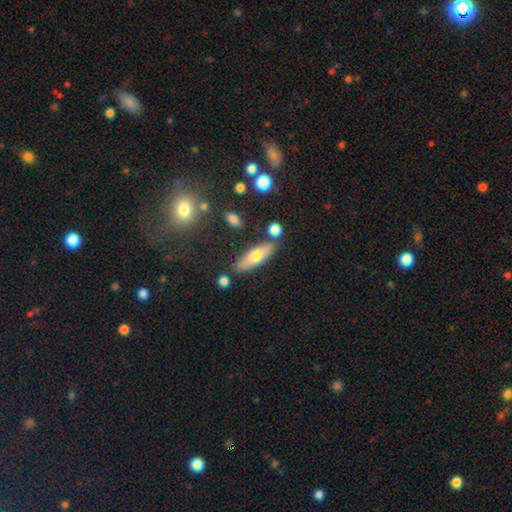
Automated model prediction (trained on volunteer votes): smooth-or-featured: smooth: 63% | featured or disk: 29% | star or artifact: 8%
  how-rounded: cigar-shaped: 49% (tied) | in between: 49% (tied) | round: 3%
  merging: none: 78% | minor disturbance: 12% | merger: 7% | major disturbance: 3%